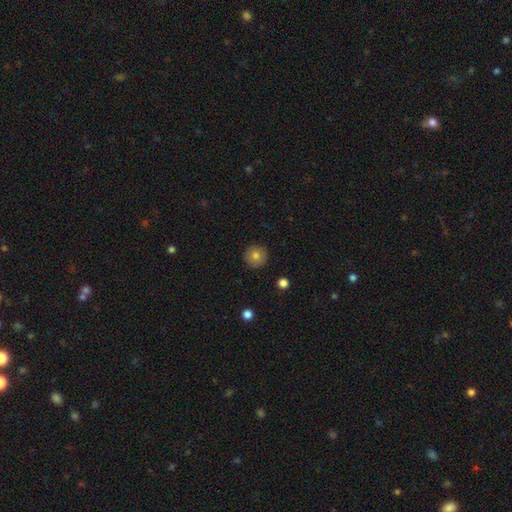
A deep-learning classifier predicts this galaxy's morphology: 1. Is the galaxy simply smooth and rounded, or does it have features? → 79% smooth, 12% featured or disk, 10% star or artifact.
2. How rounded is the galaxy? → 96% round, 3% in between, 1% cigar-shaped.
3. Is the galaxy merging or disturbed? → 91% none, 7% minor disturbance, 2% major disturbance, 1% merger.